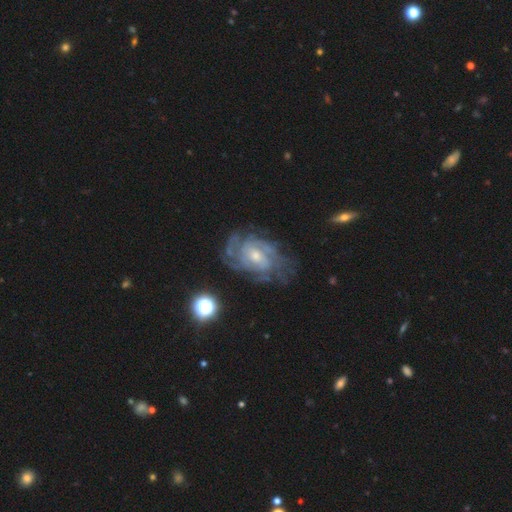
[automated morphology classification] featured or disk 87%, smooth 6%, star or artifact 6%. Down the decision tree: edge-on disk — no (97%); bar — no (56%); spiral arms — yes (96%); spiral arm count — can't tell (36%); spiral winding — tight (62%); bulge size — small (48%); merging — none (68%).